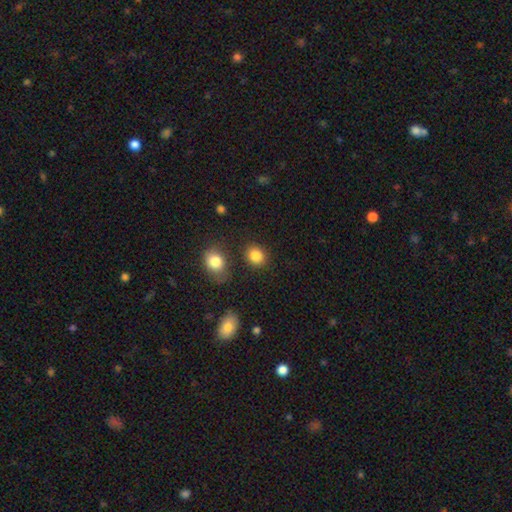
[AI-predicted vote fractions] Morphology: type=smooth (85%); roundness=round (70%); merging=none (84%).